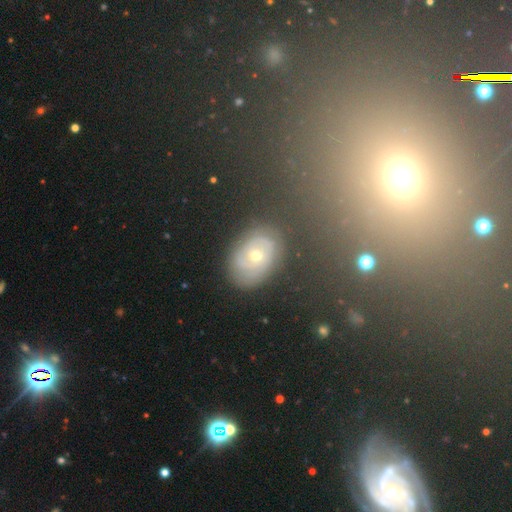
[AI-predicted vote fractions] Smooth or featured?
  - featured or disk: 67% *
  - smooth: 21%
  - star or artifact: 12%
Edge-on disk?
  - no: 95% *
  - yes: 5%
Bar?
  - no: 76% *
  - weak: 19%
  - strong: 5%
Spiral arms?
  - yes: 78% *
  - no: 22%
Bulge size?
  - moderate: 53% *
  - small: 44%
  - large: 2%
  - none: 1%
  - dominant: 1%
Merging?
  - none: 80% *
  - minor disturbance: 13%
  - major disturbance: 5%
  - merger: 2%